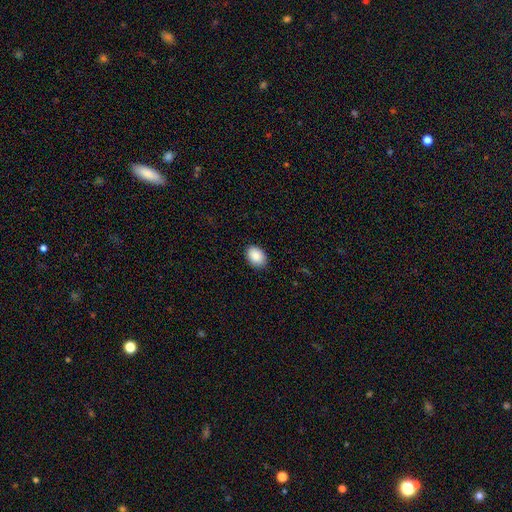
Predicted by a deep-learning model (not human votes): Q: Smooth or featured?
A: smooth (90%); runner-up: star or artifact (7%)
Q: How rounded?
A: in between (79%); runner-up: round (20%)
Q: Merging?
A: none (89%); runner-up: minor disturbance (8%)